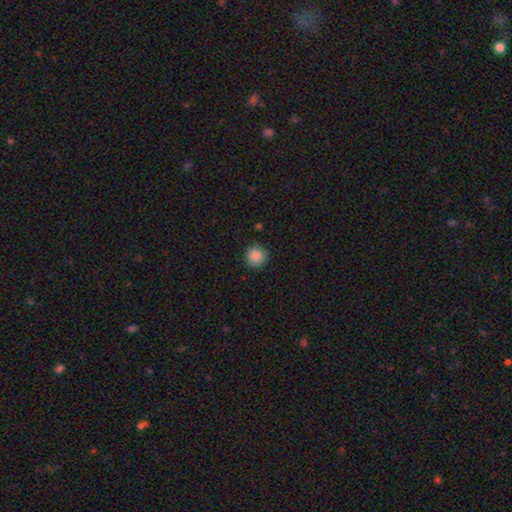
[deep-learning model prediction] Smooth or featured? Predicted: smooth (p=0.87). How rounded? Predicted: round (p=0.92). Merging? Predicted: none (p=0.88).